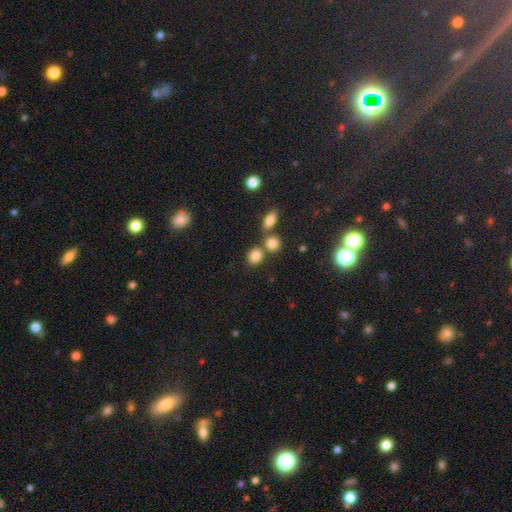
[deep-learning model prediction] smooth 83%, star or artifact 11%, featured or disk 6%. Down the decision tree: how rounded — round (69%); merging — none (63%).